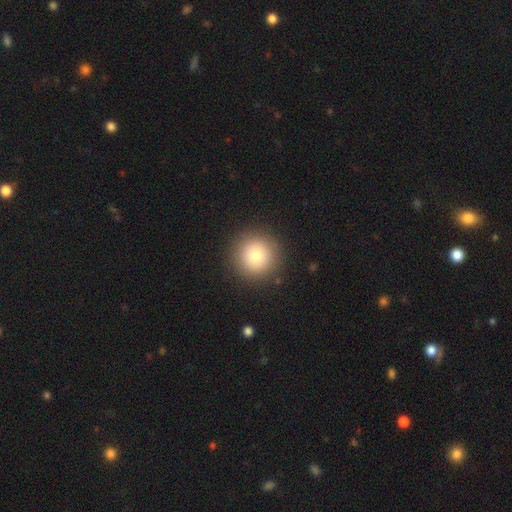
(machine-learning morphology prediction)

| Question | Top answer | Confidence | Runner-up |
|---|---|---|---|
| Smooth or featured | smooth | 77% | featured or disk (12%) |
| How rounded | round | 96% | in between (3%) |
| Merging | none | 90% | minor disturbance (6%) |